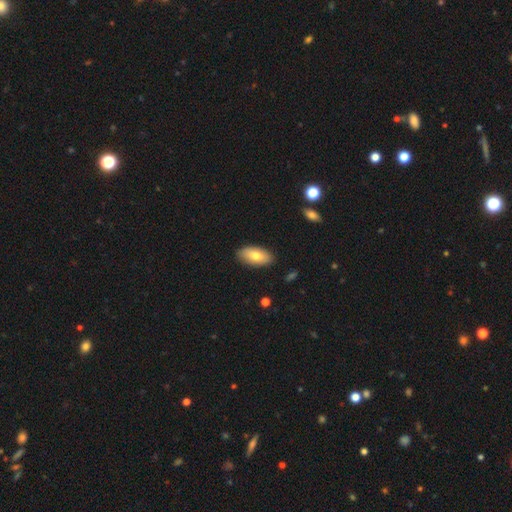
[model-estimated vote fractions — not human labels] smooth_or_featured: smooth (p=0.74) [alt: featured or disk p=0.20]
how_rounded: in between (p=0.93) [alt: cigar-shaped p=0.04]
merging: none (p=0.87) [alt: minor disturbance p=0.10]